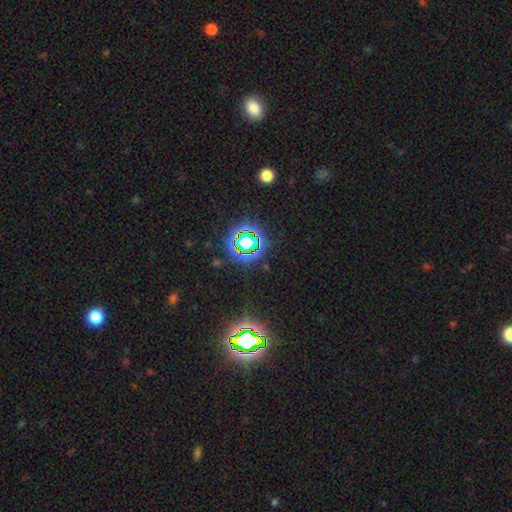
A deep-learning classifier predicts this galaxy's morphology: type=star or artifact (80%).